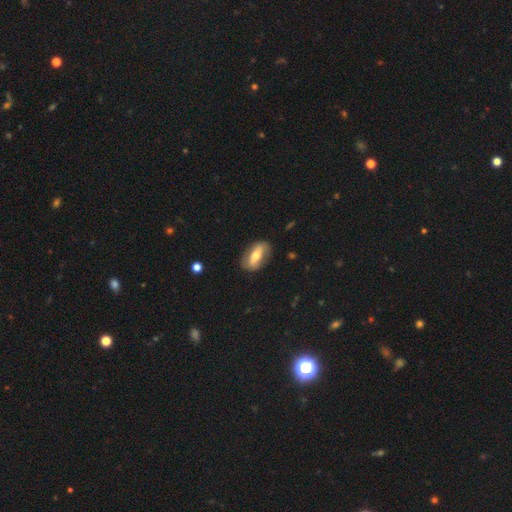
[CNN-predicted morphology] The model was most divided on "smooth or featured": featured or disk: 49%, smooth: 45%, star or artifact: 6%. More confident: merging — none (78%).